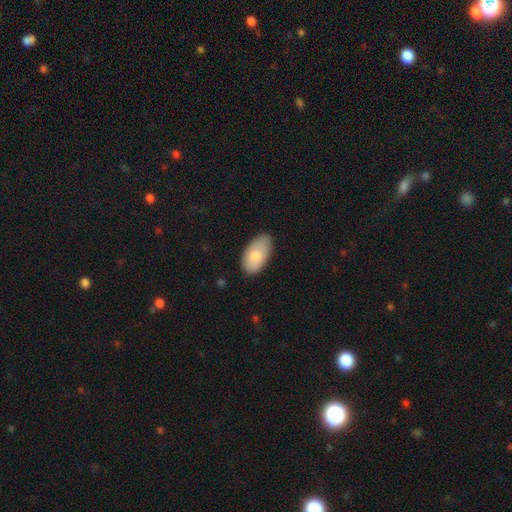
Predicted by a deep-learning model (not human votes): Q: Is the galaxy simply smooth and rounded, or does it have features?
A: smooth — 82%.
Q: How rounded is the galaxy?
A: in between — 95%.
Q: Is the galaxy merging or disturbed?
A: none — 76%.